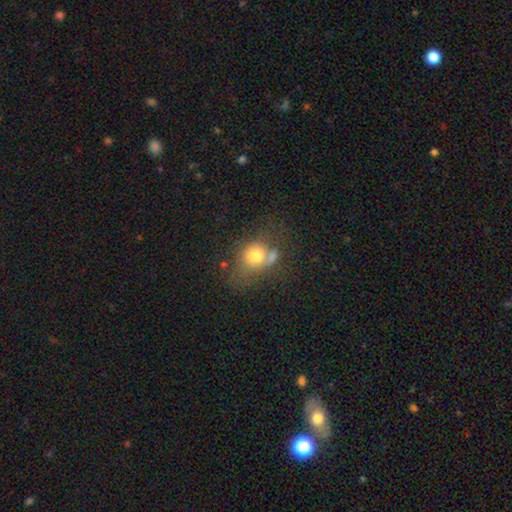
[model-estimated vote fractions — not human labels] Smooth or featured? smooth (70%)
How rounded? round (65%)
Merging? none (39%)